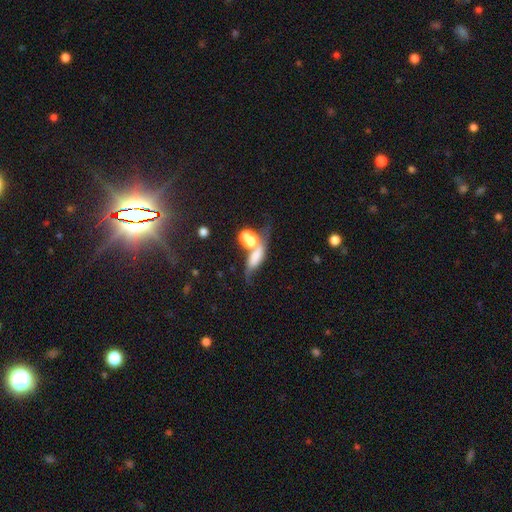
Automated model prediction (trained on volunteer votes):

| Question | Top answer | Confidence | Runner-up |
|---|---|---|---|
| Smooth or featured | smooth | 57% | featured or disk (31%) |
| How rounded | in between | 63% | cigar-shaped (24%) |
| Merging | merger | 47% | none (21%) |